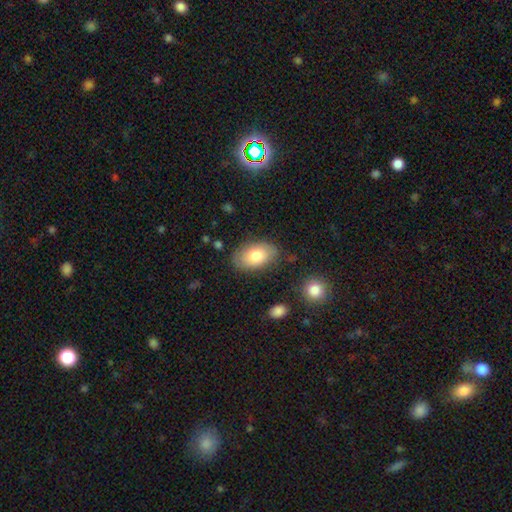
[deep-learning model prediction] Smooth or featured?
  - smooth: 76% *
  - featured or disk: 17%
  - star or artifact: 6%
How rounded?
  - in between: 92% *
  - round: 7%
  - cigar-shaped: 1%
Merging?
  - none: 80% *
  - minor disturbance: 14%
  - major disturbance: 4%
  - merger: 2%